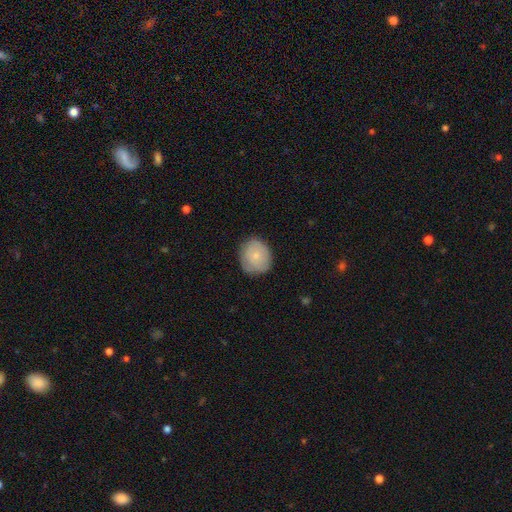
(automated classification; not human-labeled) smooth-or-featured: smooth: 74% | featured or disk: 20% | star or artifact: 7%
  how-rounded: round: 75% | in between: 24% | cigar-shaped: 1%
  merging: none: 77% | minor disturbance: 18% | major disturbance: 4% | merger: 1%